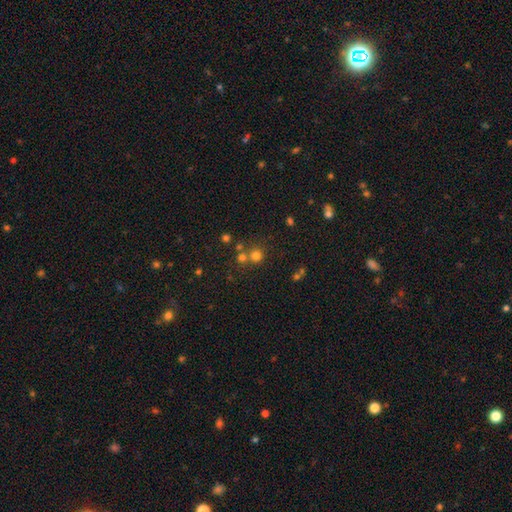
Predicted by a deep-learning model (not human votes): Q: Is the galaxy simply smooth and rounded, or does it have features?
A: smooth — 71%.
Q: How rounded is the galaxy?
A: round — 91%.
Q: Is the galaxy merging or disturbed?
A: none — 63%.